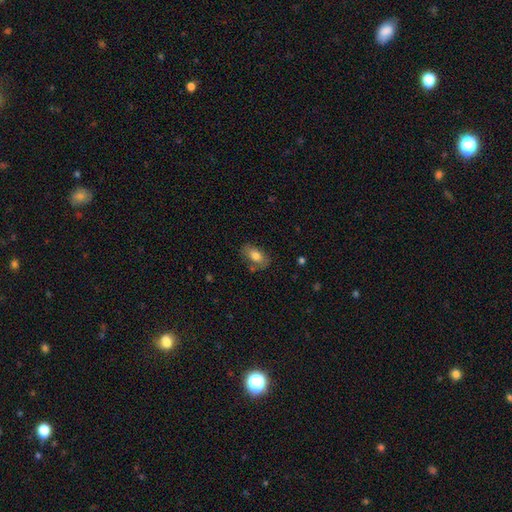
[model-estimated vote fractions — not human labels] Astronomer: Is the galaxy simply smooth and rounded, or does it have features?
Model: smooth — 74%.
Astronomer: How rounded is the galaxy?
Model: in between — 89%.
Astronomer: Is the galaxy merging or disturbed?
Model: none — 69%.